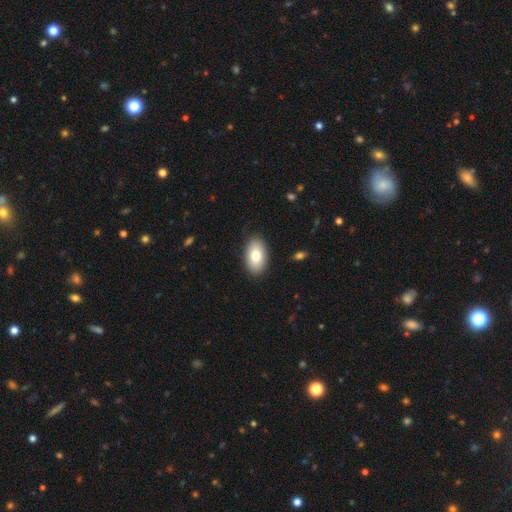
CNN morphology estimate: Smooth or featured? smooth (79%)
How rounded? in between (93%)
Merging? none (89%)